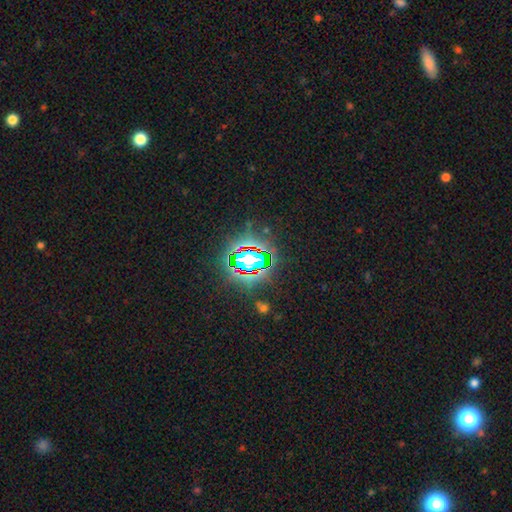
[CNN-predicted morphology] Smooth or featured?
  - star or artifact: 84% *
  - smooth: 10%
  - featured or disk: 6%